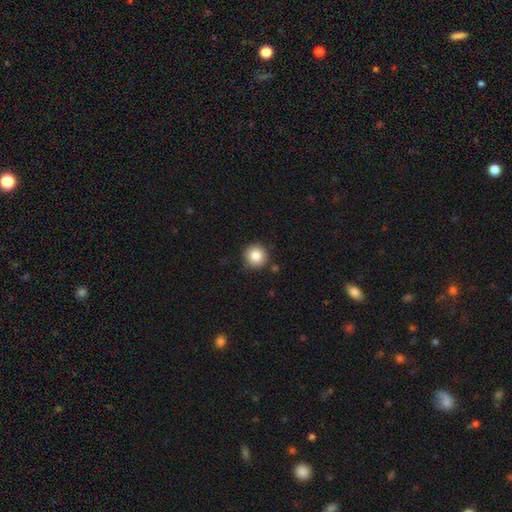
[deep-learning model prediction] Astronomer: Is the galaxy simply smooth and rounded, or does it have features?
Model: smooth — 83%.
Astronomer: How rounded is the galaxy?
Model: round — 95%.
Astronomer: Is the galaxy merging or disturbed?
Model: none — 88%.